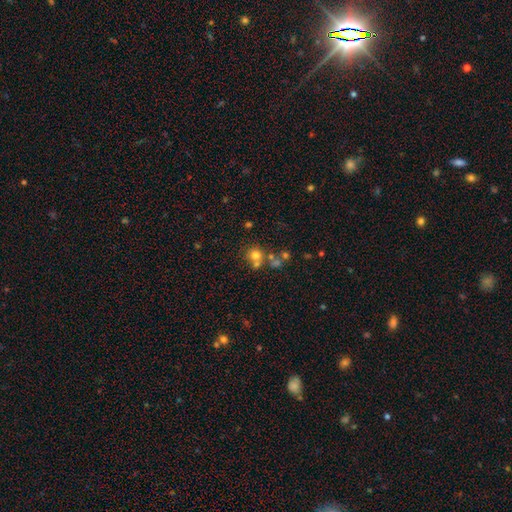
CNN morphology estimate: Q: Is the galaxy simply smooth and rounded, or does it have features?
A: smooth — 68%.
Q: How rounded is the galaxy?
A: round — 88%.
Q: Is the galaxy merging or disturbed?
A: none — 53%.